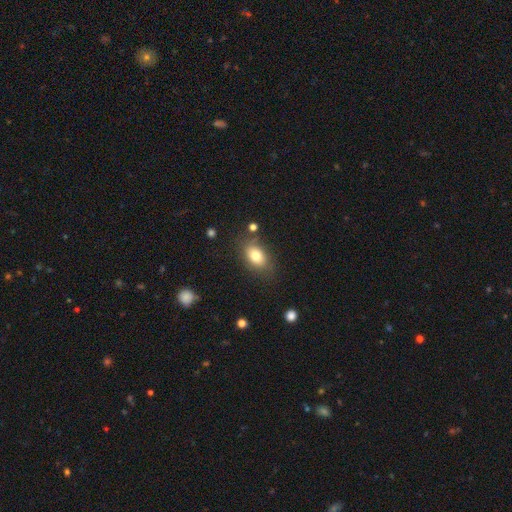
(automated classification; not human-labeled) This appears to be a smooth galaxy with no disk features (78%) that is in between round and cigar-shaped (83%). Merging: none (76%).